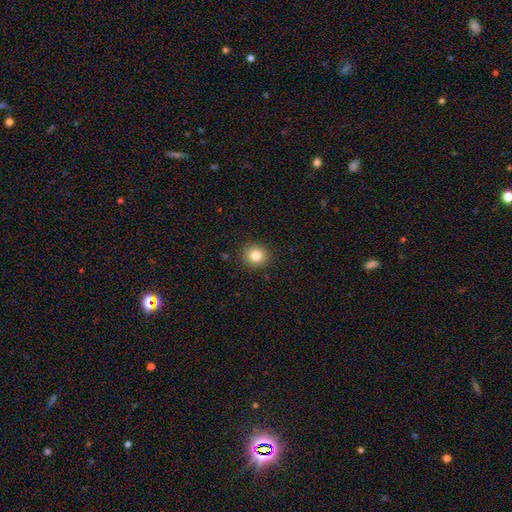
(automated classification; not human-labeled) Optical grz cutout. It shows a smooth galaxy with no disk features (83%) that is round (86%). Merging: none (90%).